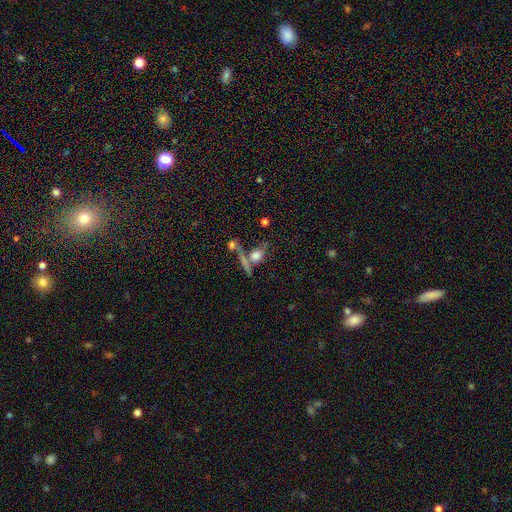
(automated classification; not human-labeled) Smooth or featured: smooth — 57% (featured or disk — 27%)
How rounded: round — 48% (in between — 32%)
Merging: none — 50% (merger — 26%)